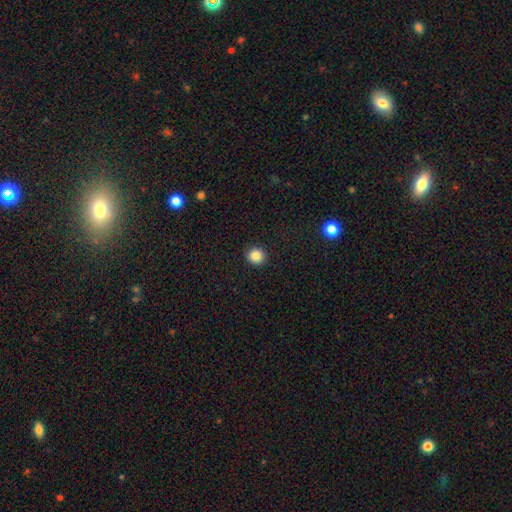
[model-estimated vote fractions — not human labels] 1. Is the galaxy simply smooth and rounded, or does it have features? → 86% smooth, 10% star or artifact, 4% featured or disk.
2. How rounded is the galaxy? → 92% round, 7% in between, 1% cigar-shaped.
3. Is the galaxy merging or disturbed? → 92% none, 5% minor disturbance, 2% major disturbance, 1% merger.